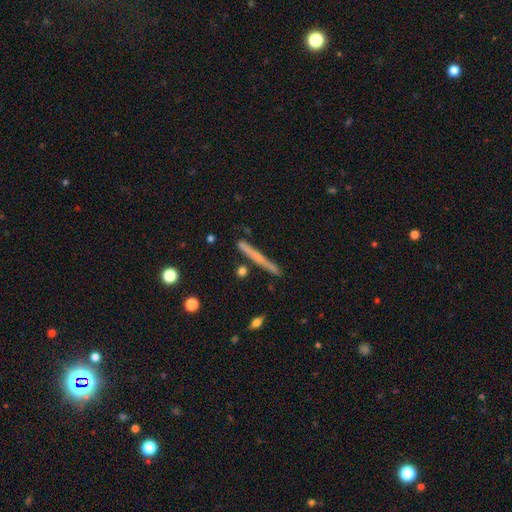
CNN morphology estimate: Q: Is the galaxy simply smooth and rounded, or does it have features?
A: smooth — 56%.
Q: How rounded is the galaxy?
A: cigar-shaped — 96%.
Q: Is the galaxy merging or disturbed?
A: none — 87%.